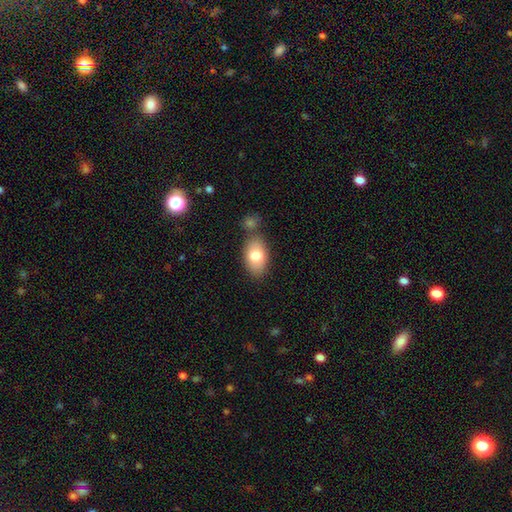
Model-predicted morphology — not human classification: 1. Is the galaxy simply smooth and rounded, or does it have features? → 78% smooth, 15% featured or disk, 7% star or artifact.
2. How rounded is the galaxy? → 91% in between, 7% round, 2% cigar-shaped.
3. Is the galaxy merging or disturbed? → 71% none, 14% minor disturbance, 12% merger, 4% major disturbance.